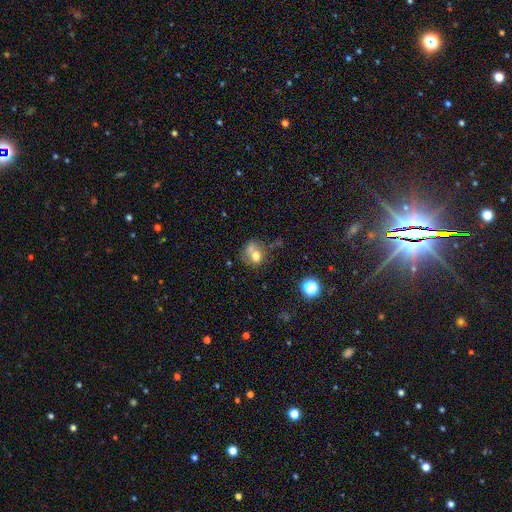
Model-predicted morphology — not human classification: smooth 67%, featured or disk 19%, star or artifact 14%. Down the decision tree: how rounded — round (69%); merging — none (38%).